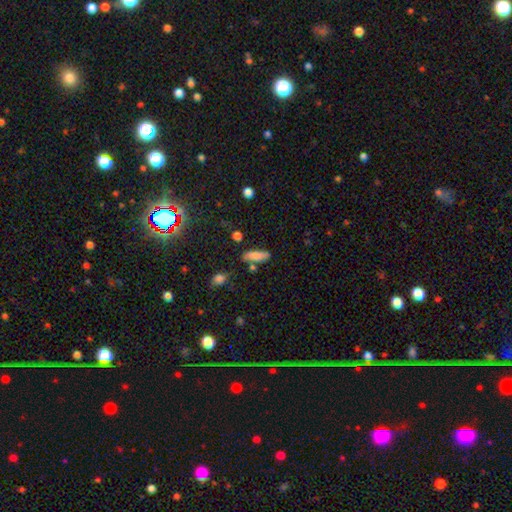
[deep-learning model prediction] A smooth galaxy with no disk features (83%) that is in between round and cigar-shaped (50%). Merging: none (75%).